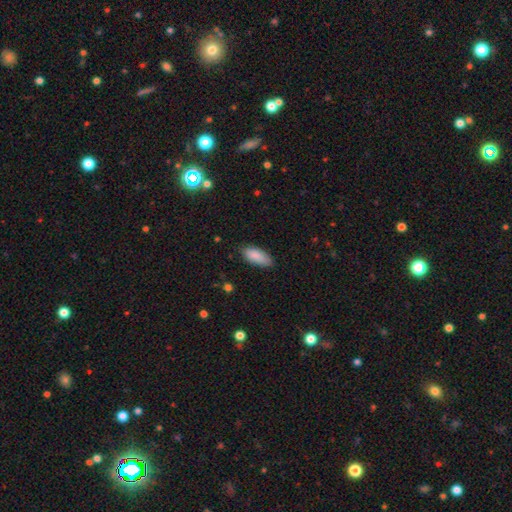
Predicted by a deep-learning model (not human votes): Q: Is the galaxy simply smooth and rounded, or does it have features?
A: smooth — 87%.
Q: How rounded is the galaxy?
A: in between — 84%.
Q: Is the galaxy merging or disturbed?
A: none — 77%.